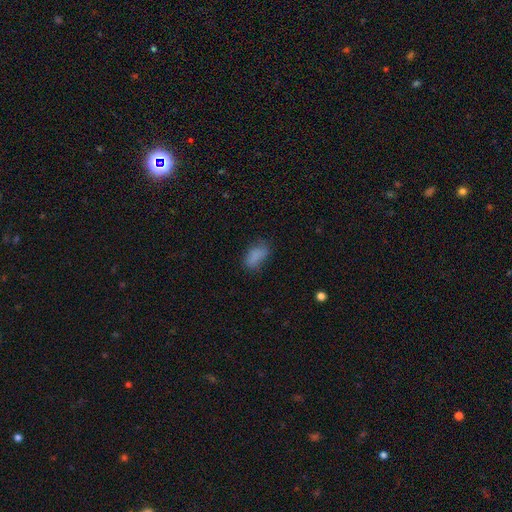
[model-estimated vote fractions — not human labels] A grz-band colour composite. It shows a smooth galaxy with no disk features (81%) that is in between round and cigar-shaped (91%). Merging: none (59%).